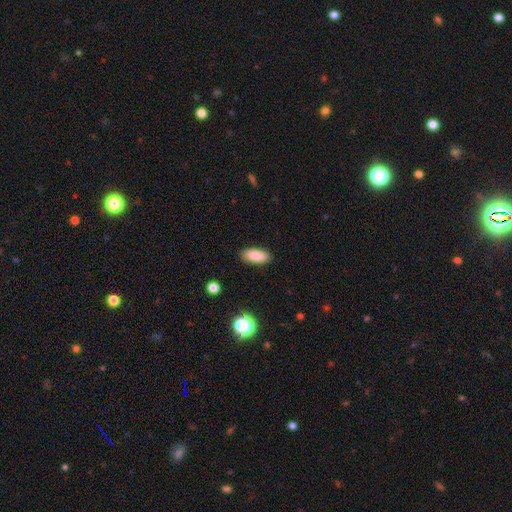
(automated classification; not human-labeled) Smooth or featured? Predicted: smooth (p=0.88). How rounded? Predicted: in between (p=0.86). Merging? Predicted: none (p=0.89).